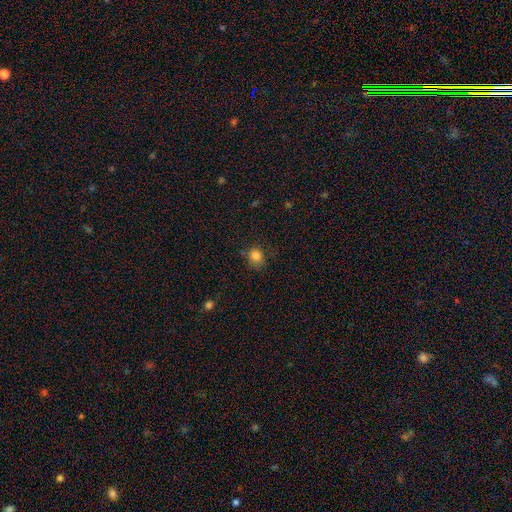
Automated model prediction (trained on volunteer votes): The model was most divided on "how rounded": round: 75%, in between: 24%, cigar-shaped: 1%. More confident: smooth or featured — smooth (83%); merging — none (75%).